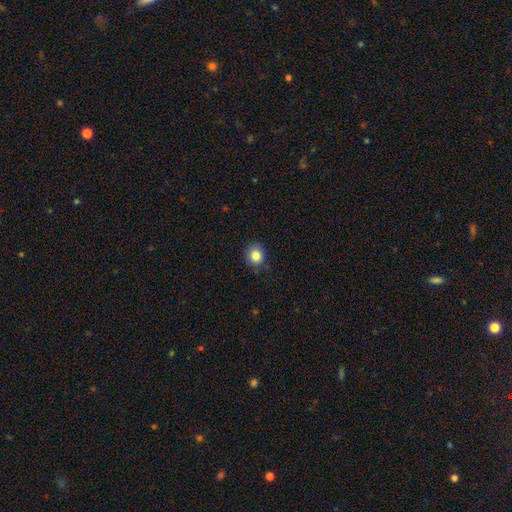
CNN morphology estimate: smooth_or_featured: smooth (p=0.84) [alt: star or artifact p=0.10]
how_rounded: round (p=0.76) [alt: in between p=0.23]
merging: none (p=0.87) [alt: minor disturbance p=0.10]